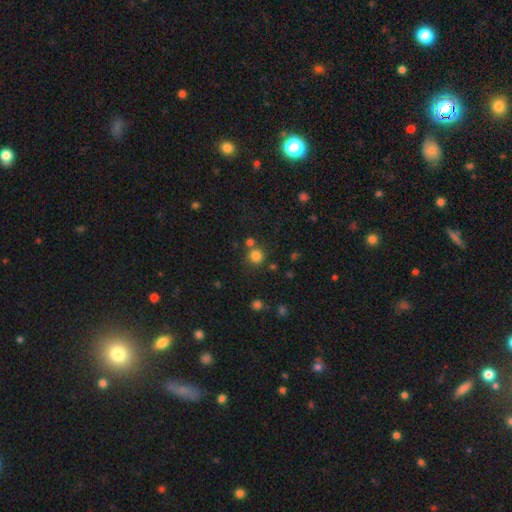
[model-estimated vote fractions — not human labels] Q: Smooth or featured?
A: smooth (80%); runner-up: star or artifact (15%)
Q: How rounded?
A: round (92%); runner-up: in between (7%)
Q: Merging?
A: none (74%); runner-up: merger (14%)